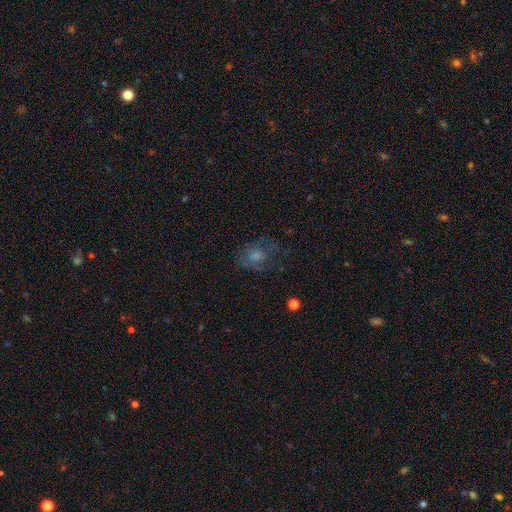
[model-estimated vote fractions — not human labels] A smooth galaxy with no disk features (52%) that is in between round and cigar-shaped (62%). Merging: none (50%).